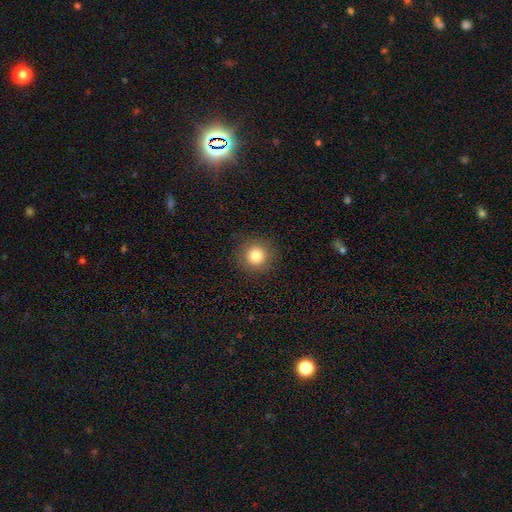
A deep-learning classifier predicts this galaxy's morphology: A smooth galaxy with no disk features (82%) that is round (95%).

Vote fractions:
- Smooth or featured? smooth: 82% / star or artifact: 11% / featured or disk: 7%
- How rounded? round: 95% / in between: 4% / cigar-shaped: 1%
- Merging? none: 91% / minor disturbance: 6% / major disturbance: 2% / merger: 1%